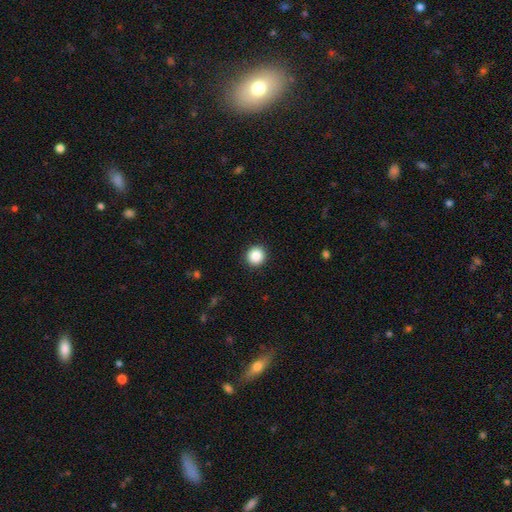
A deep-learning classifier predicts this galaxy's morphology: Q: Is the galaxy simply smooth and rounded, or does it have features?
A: smooth — 88%.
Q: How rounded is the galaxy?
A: round — 94%.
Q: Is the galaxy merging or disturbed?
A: none — 92%.